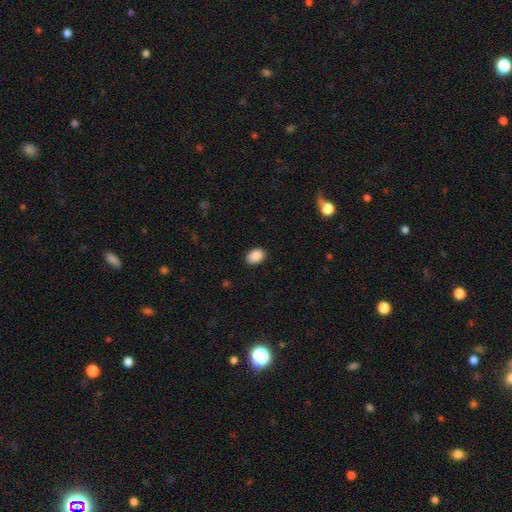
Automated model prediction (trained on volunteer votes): smooth 89%, star or artifact 8%, featured or disk 3%. Down the decision tree: how rounded — in between (80%); merging — none (86%).